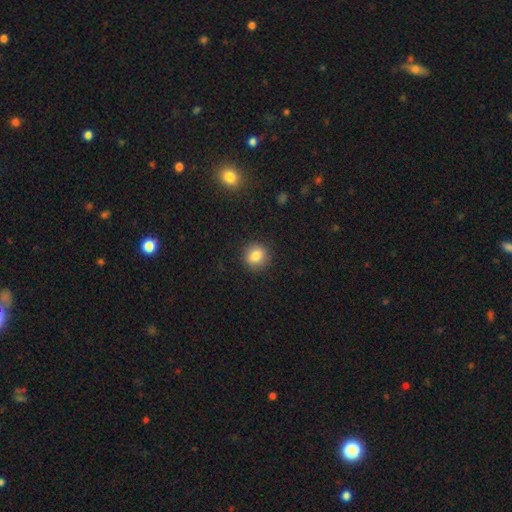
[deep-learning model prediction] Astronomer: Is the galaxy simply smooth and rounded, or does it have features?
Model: smooth — 82%.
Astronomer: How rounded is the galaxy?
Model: round — 81%.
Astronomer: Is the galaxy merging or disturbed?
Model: none — 89%.